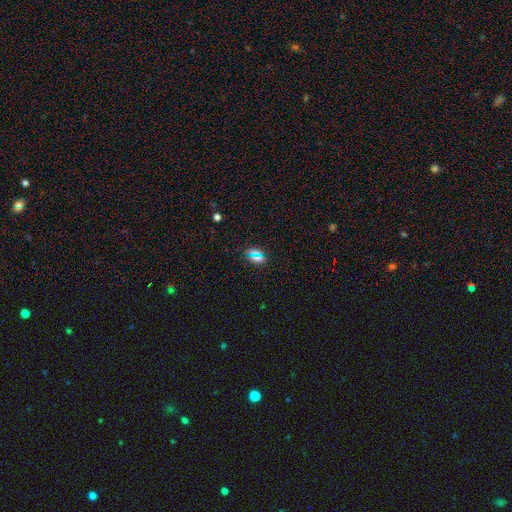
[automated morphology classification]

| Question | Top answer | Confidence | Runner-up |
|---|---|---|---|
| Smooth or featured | smooth | 56% | star or artifact (36%) |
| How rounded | in between | 52% | round (35%) |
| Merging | none | 82% | minor disturbance (10%) |